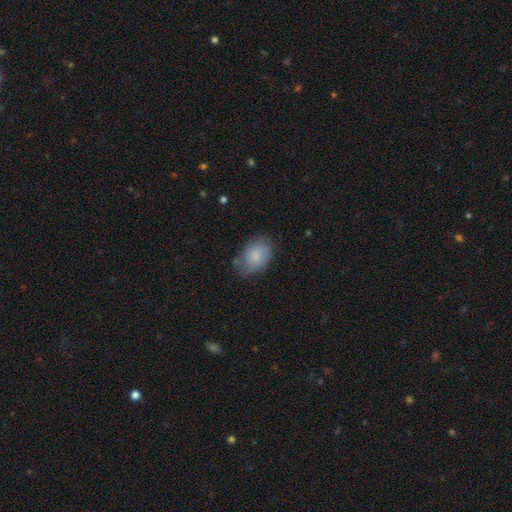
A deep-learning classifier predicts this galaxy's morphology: Overall: smooth (79%). How rounded: in between (84%). Merging: none (66%).